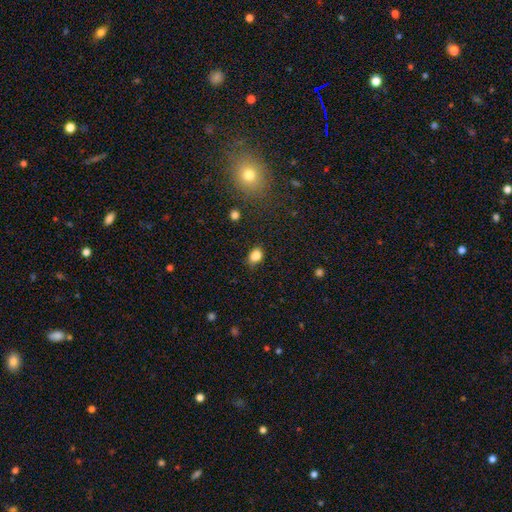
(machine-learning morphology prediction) Smooth or featured?
  - smooth: 85% *
  - star or artifact: 11%
  - featured or disk: 5%
How rounded?
  - in between: 65% *
  - round: 33%
  - cigar-shaped: 1%
Merging?
  - none: 74% *
  - minor disturbance: 20%
  - major disturbance: 4%
  - merger: 2%